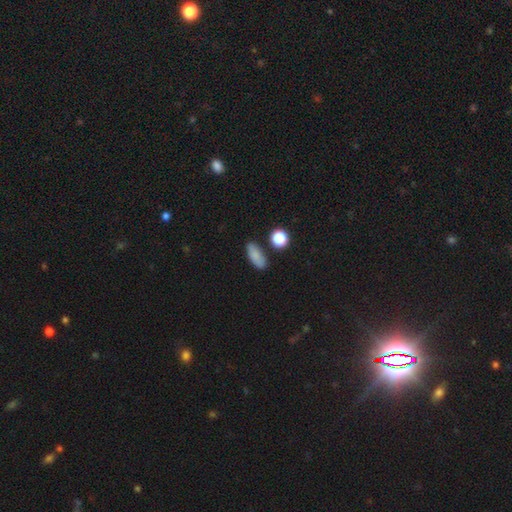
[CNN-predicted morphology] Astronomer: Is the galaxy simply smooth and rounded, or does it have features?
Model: smooth — 82%.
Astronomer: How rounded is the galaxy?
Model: in between — 79%.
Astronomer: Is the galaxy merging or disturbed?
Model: none — 79%.